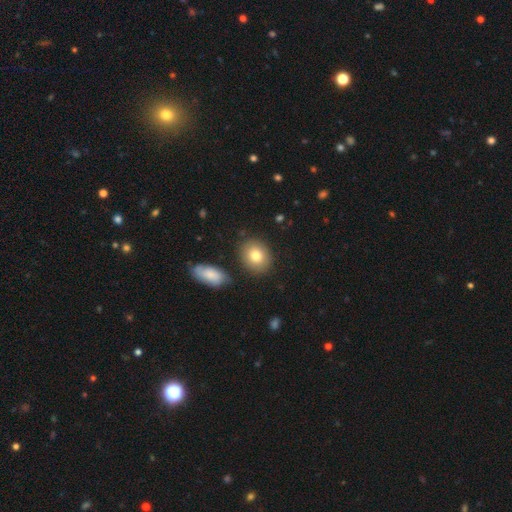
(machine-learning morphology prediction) The model was most divided on "how rounded": round: 57%, in between: 42%, cigar-shaped: 1%. More confident: merging — none (82%); smooth or featured — smooth (80%).